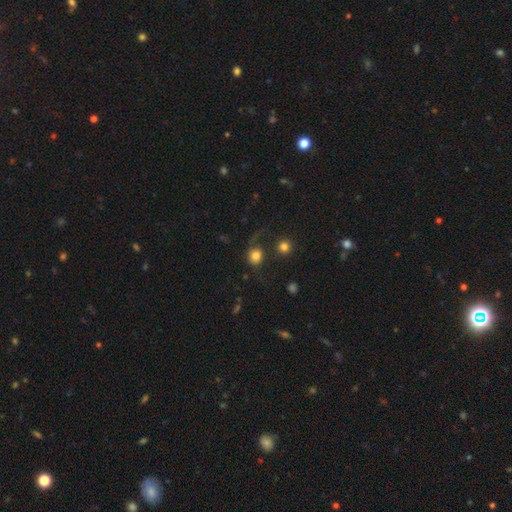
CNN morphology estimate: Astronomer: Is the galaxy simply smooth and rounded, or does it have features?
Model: smooth — 79%.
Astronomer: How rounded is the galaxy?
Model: round — 82%.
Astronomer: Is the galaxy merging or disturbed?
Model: none — 54%.